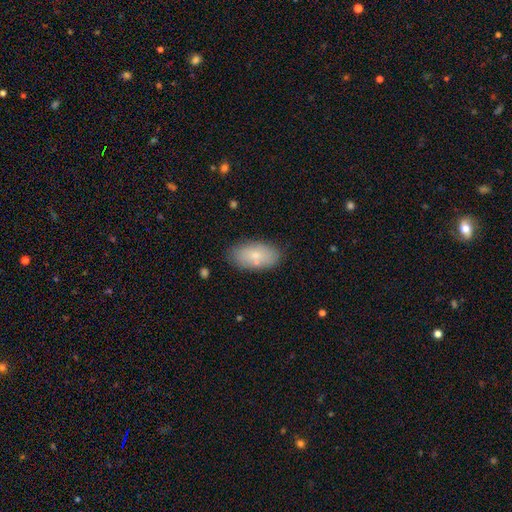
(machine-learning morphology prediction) This appears to be a smooth galaxy with no disk features (77%) that is in between round and cigar-shaped (94%). Merging: none (79%).